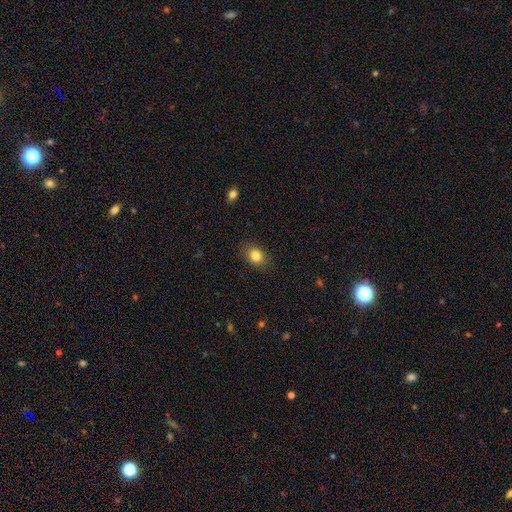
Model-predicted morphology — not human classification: Smooth or featured? Predicted: smooth (p=0.83). How rounded? Predicted: in between (p=0.63). Merging? Predicted: none (p=0.86).